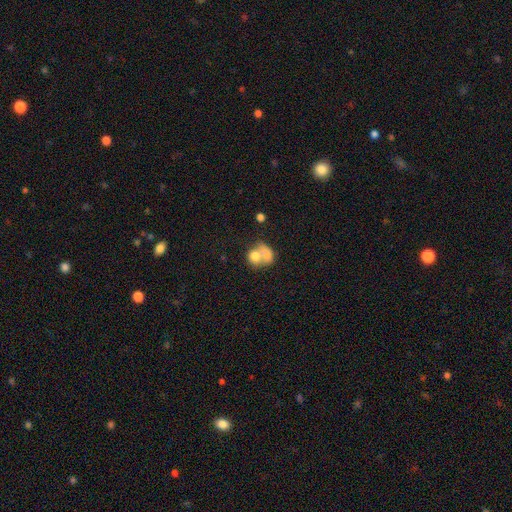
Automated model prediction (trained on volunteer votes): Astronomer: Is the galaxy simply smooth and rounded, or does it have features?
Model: smooth — 71%.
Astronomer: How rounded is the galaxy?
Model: round — 58% (runner-up: in between, 41%).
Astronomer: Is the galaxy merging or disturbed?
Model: merger — 62%.